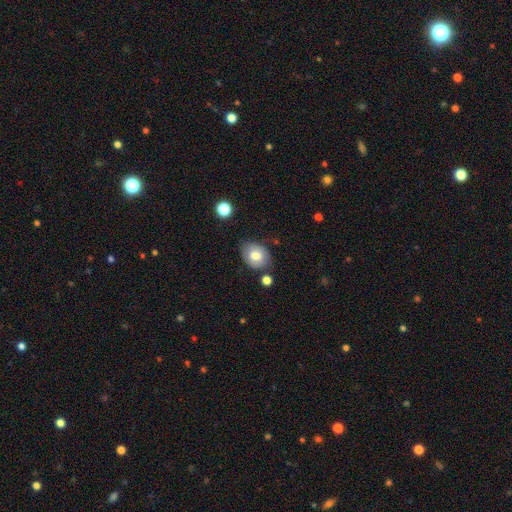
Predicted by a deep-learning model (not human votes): This is likely a smooth galaxy (71%). How rounded: likely in between (64%). Merging: likely none (71%).